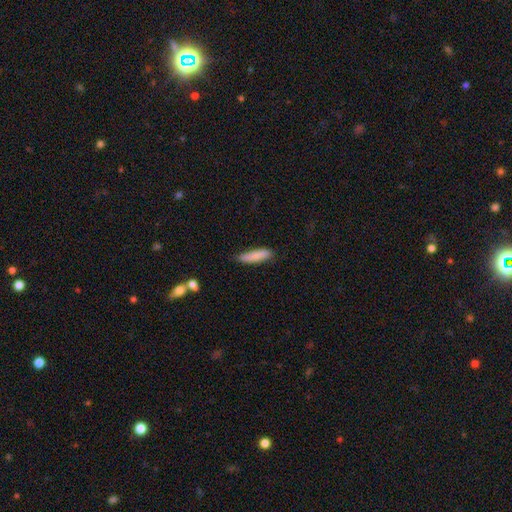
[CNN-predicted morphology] This appears to be a smooth galaxy with no disk features (83%) that is cigar-shaped (73%). Merging: none (75%).